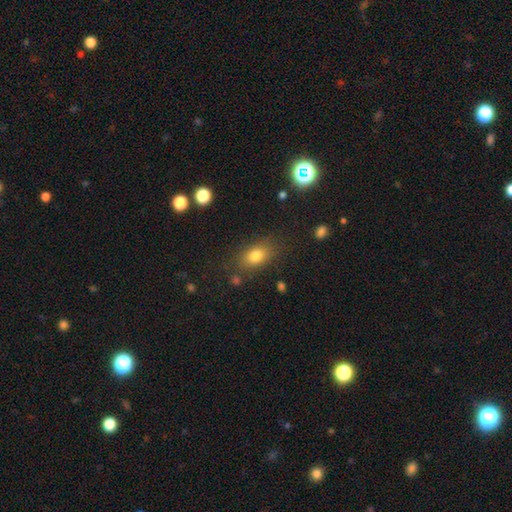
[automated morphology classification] smooth-or-featured: smooth: 78% | star or artifact: 11% | featured or disk: 11%
  how-rounded: in between: 78% | round: 18% | cigar-shaped: 4%
  merging: none: 78% | minor disturbance: 13% | major disturbance: 5% | merger: 3%